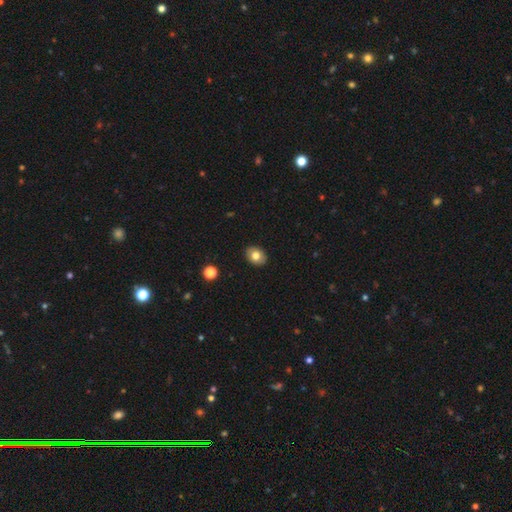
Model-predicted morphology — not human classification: A smooth galaxy with no disk features (78%) that is in between round and cigar-shaped (62%). Merging: none (89%).